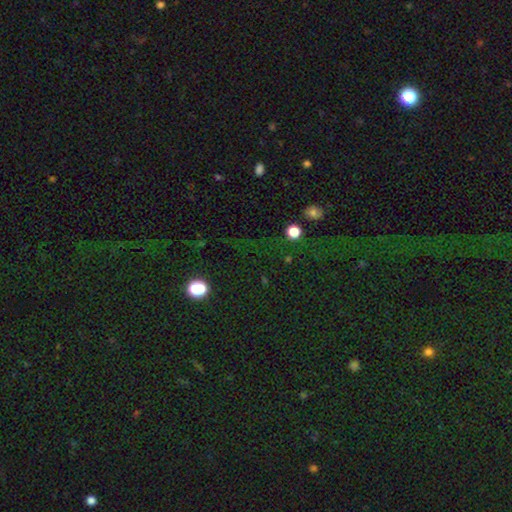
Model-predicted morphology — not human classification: Smooth or featured: star or artifact — 72% (smooth — 19%)